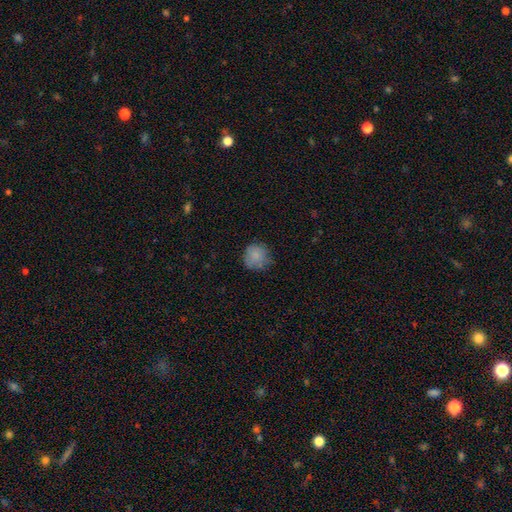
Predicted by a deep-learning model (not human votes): Smooth or featured?
  - smooth: 82% *
  - featured or disk: 9%
  - star or artifact: 9%
How rounded?
  - round: 90% *
  - in between: 9%
  - cigar-shaped: 1%
Merging?
  - none: 72% *
  - minor disturbance: 21%
  - major disturbance: 6%
  - merger: 1%